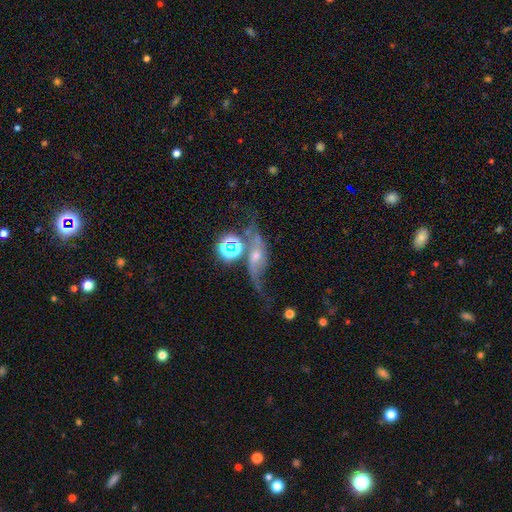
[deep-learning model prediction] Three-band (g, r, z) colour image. It shows a featured or disk galaxy (66%) with no bar (59%), spiral arms (82%) and a moderate central bulge (44%). Merging: none (40%).